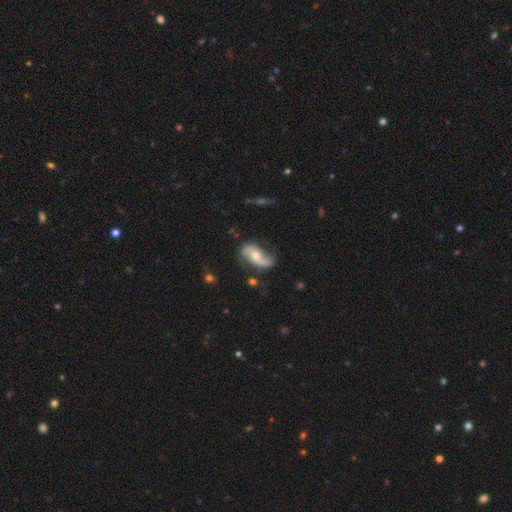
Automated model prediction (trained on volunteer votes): Morphology: type=featured or disk (79%); edge-on=no (95%); bar=no (58%); spiral arms=yes (93%); winding=loose (68%); arm count=2 (90%); bulge=moderate (57%); merging=none (70%).